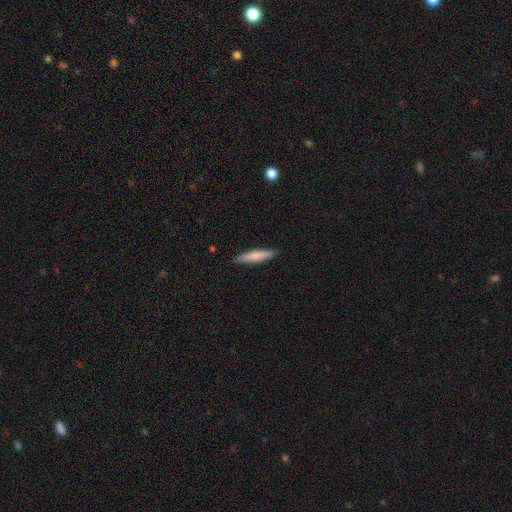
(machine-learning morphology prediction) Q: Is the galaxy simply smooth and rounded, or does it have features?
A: smooth — 76%.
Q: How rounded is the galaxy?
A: cigar-shaped — 88%.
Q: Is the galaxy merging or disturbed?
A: none — 90%.